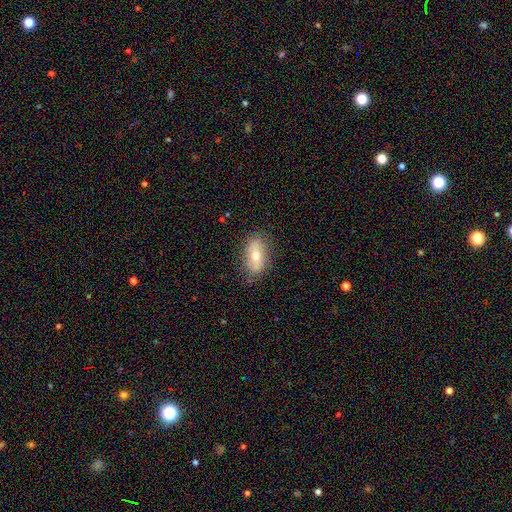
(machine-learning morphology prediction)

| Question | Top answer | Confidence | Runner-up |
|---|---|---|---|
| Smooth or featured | smooth | 52% | featured or disk (40%) |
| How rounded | in between | 87% | round (8%) |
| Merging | none | 81% | minor disturbance (14%) |